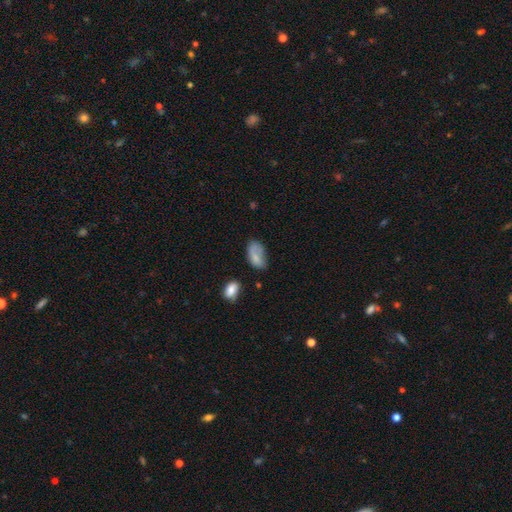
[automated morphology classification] Smooth or featured? Predicted: smooth (p=0.74). How rounded? Predicted: in between (p=0.92). Merging? Predicted: none (p=0.40).